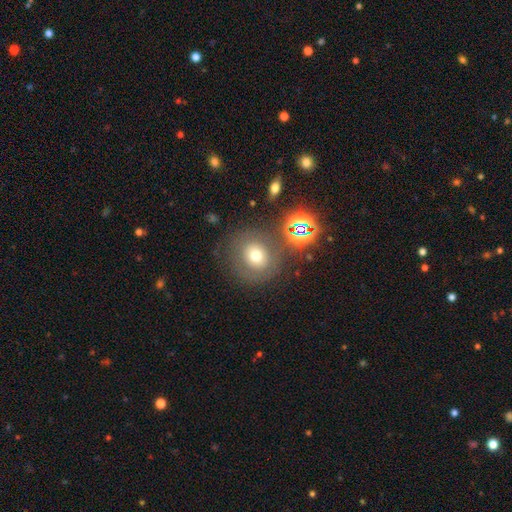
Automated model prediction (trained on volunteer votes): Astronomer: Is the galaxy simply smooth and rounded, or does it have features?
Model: smooth — 63%.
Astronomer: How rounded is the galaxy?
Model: round — 85%.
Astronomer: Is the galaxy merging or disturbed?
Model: none — 74%.